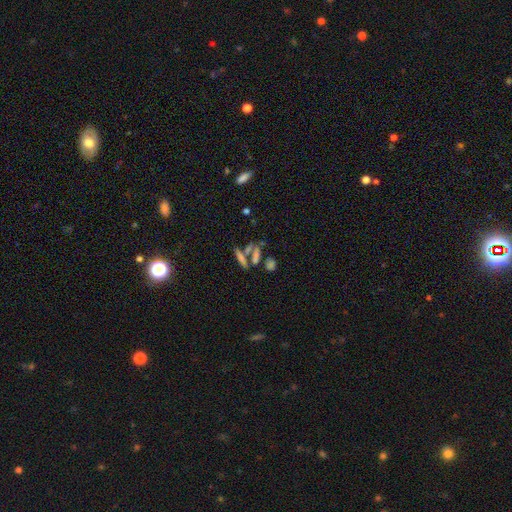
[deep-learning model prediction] This is possibly a smooth galaxy (53%). How rounded: possibly cigar-shaped (53%). Merging: possibly none (46%).